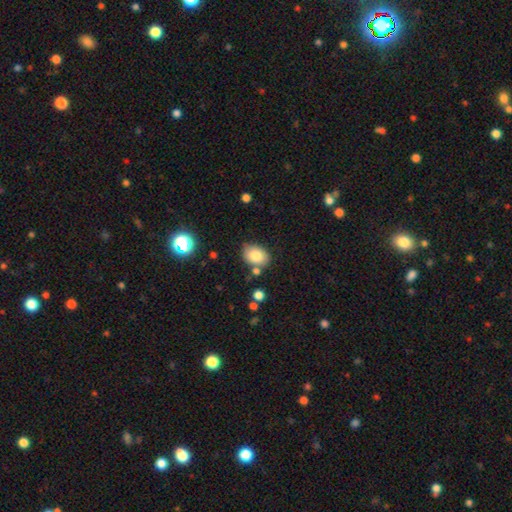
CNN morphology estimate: Overall: smooth (82%). How rounded: in between (75%). Merging: none (75%).